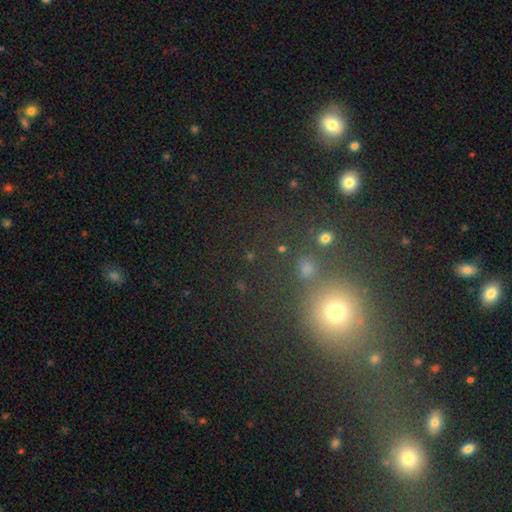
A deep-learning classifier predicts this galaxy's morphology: This is possibly a smooth galaxy (53%). How rounded: clearly round (82%). Merging: likely none (68%).